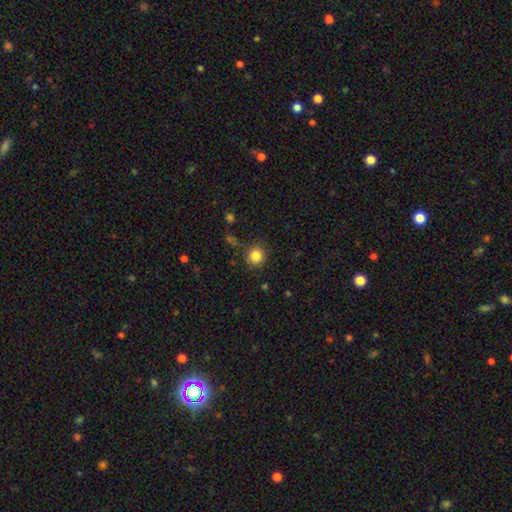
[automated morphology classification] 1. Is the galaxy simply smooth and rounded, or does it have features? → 84% smooth, 11% star or artifact, 5% featured or disk.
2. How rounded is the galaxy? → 89% round, 10% in between, 1% cigar-shaped.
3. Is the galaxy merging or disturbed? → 85% none, 9% minor disturbance, 3% major disturbance, 2% merger.